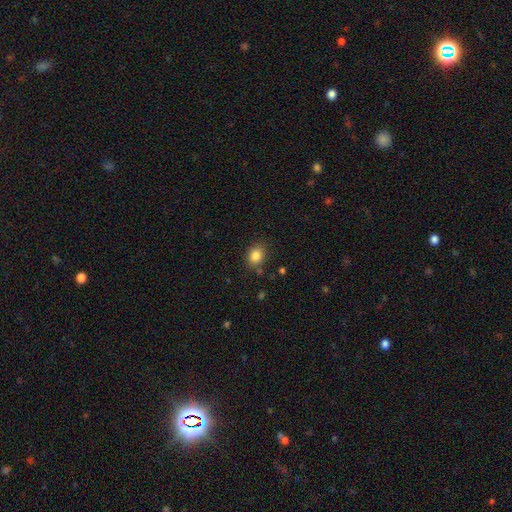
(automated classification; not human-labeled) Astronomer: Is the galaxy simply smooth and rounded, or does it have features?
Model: smooth — 84%.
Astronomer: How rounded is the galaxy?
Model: round — 57% (runner-up: in between, 42%).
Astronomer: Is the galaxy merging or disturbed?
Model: none — 81%.